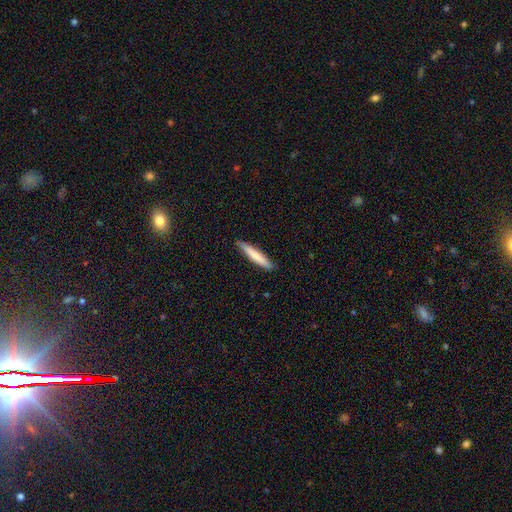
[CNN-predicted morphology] Smooth or featured?
  - smooth: 74% *
  - featured or disk: 21%
  - star or artifact: 5%
How rounded?
  - cigar-shaped: 93% *
  - in between: 6%
  - round: 1%
Merging?
  - none: 89% *
  - minor disturbance: 9%
  - major disturbance: 1%
  - merger: 1%